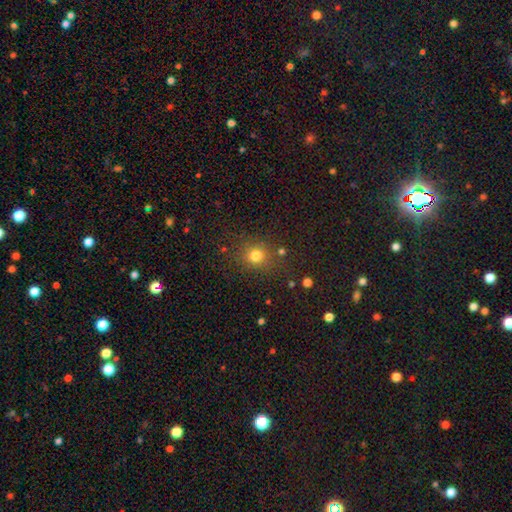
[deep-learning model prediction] Smooth or featured: smooth — 76% (star or artifact — 17%)
How rounded: round — 80% (in between — 19%)
Merging: none — 79% (minor disturbance — 12%)